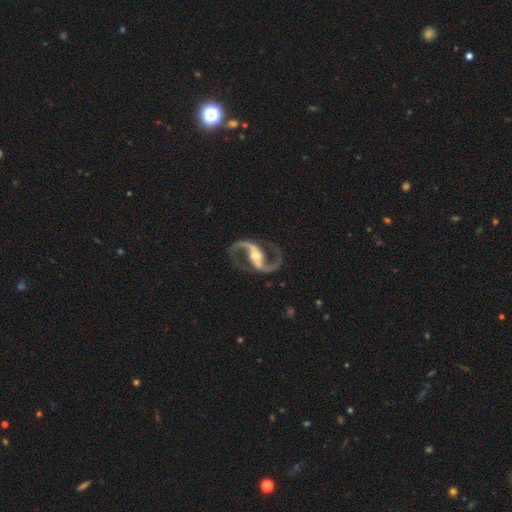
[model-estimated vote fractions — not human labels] Smooth or featured? Predicted: featured or disk (p=0.94). Edge-on disk? Predicted: no (p=0.98). Bar? Predicted: strong (p=0.58). Spiral arms? Predicted: yes (p=0.98). Spiral winding? Predicted: medium (p=0.56). Spiral arm count? Predicted: 2 (p=0.95). Bulge size? Predicted: moderate (p=0.59). Merging? Predicted: none (p=0.84).